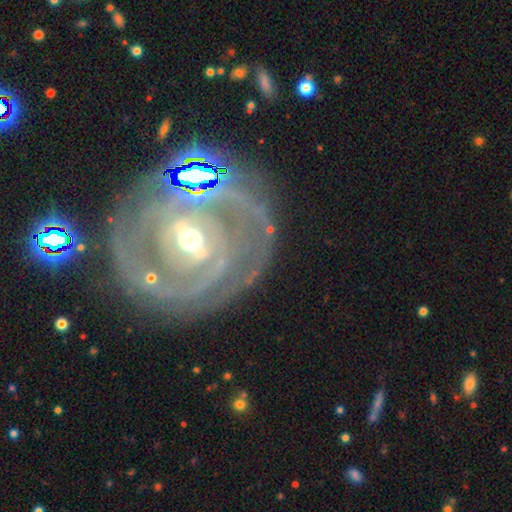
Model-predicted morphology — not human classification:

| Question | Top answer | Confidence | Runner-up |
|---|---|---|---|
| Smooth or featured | featured or disk | 86% | star or artifact (7%) |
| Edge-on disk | no | 96% | yes (4%) |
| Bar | no | 38% | tied: weak (38%) |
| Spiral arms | yes | 90% | no (10%) |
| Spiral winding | tight | 75% | medium (20%) |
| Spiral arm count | can't tell | 31% | 2 (29%) |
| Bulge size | moderate | 47% | tied: small (47%) |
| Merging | none | 69% | minor disturbance (15%) |